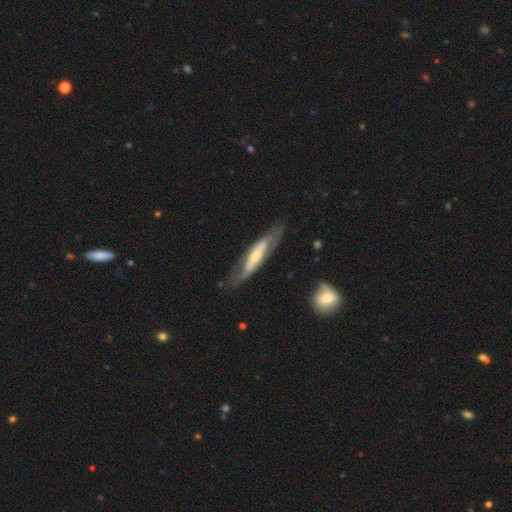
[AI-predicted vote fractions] featured or disk 65%, smooth 30%, star or artifact 5%. Down the decision tree: edge-on disk — no (56%); merging — none (71%).